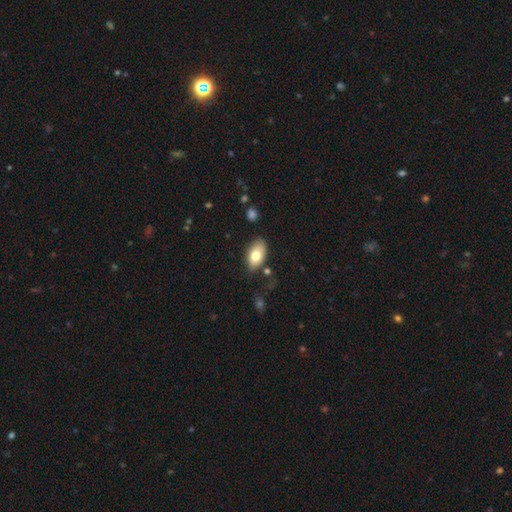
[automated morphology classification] Smooth or featured? smooth (74%)
How rounded? in between (93%)
Merging? none (78%)